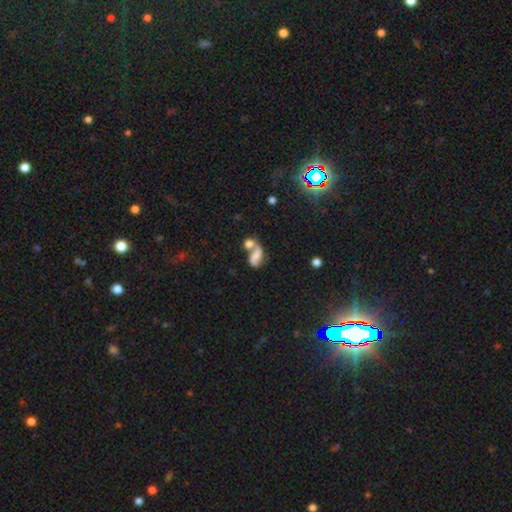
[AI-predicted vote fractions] smooth-or-featured: smooth: 44% | featured or disk: 43% | star or artifact: 13%
  merging: merger: 51% | none: 26% | minor disturbance: 12% | major disturbance: 11%